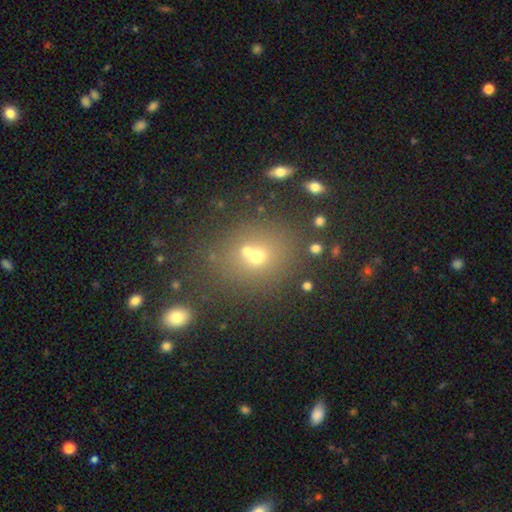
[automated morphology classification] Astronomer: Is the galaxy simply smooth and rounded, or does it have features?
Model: smooth — 59%.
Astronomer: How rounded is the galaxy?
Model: round — 74%.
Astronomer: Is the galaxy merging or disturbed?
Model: none — 55% (runner-up: merger, 31%).